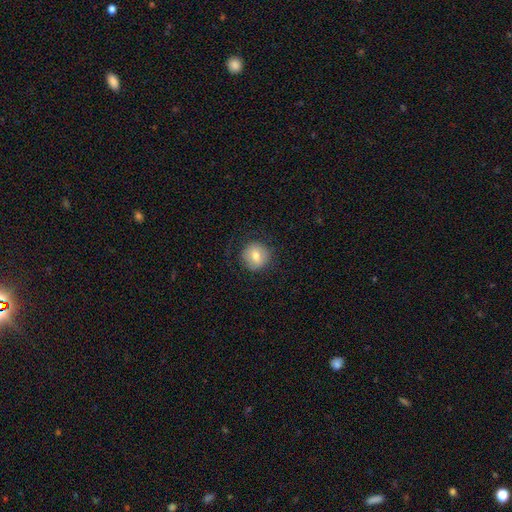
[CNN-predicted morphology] Smooth or featured: smooth — 70% (featured or disk — 21%)
How rounded: round — 90% (in between — 9%)
Merging: none — 84% (minor disturbance — 11%)